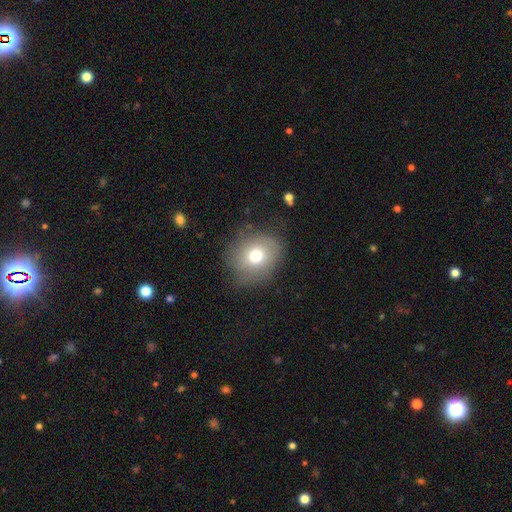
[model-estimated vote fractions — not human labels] smooth_or_featured: smooth (p=0.73) [alt: featured or disk p=0.16]
how_rounded: round (p=0.72) [alt: in between p=0.27]
merging: none (p=0.72) [alt: minor disturbance p=0.19]